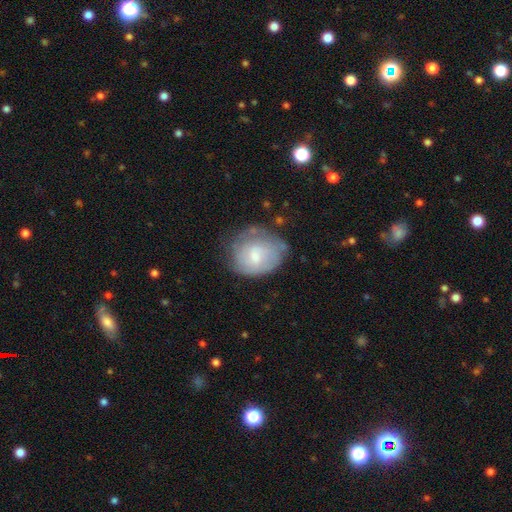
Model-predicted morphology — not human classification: Smooth or featured? Predicted: featured or disk (p=0.50). Edge-on disk? Predicted: no (p=0.97). Merging? Predicted: none (p=0.54).